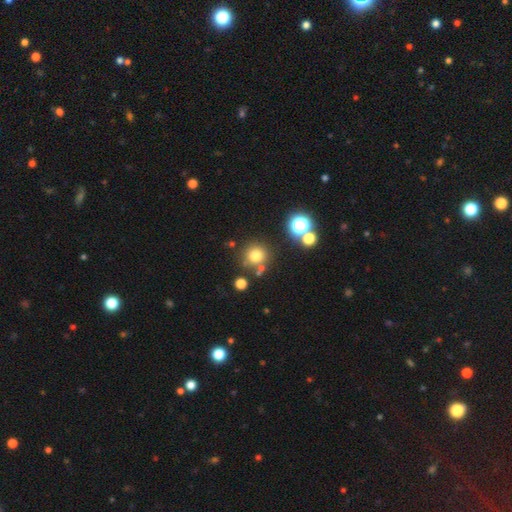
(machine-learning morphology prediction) A smooth galaxy with no disk features (74%) that is round (93%).

Vote fractions:
- Smooth or featured? smooth: 74% / star or artifact: 18% / featured or disk: 8%
- How rounded? round: 93% / in between: 6% / cigar-shaped: 1%
- Merging? none: 77% / merger: 10% / minor disturbance: 10% / major disturbance: 4%